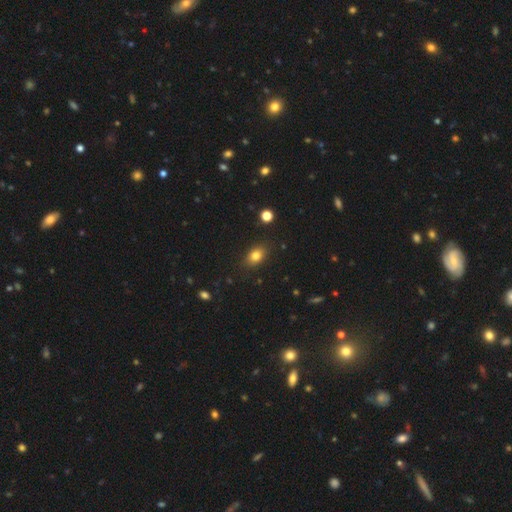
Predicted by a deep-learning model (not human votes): This appears to be a smooth galaxy with no disk features (81%) that is in between round and cigar-shaped (75%). Merging: none (85%).